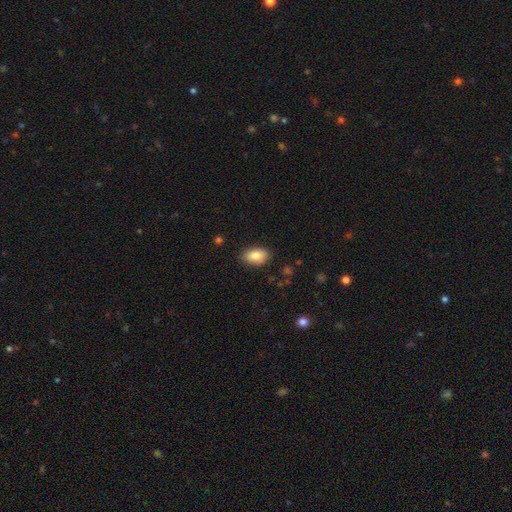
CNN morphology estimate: Q: Smooth or featured?
A: smooth (85%); runner-up: featured or disk (7%)
Q: How rounded?
A: in between (91%); runner-up: round (7%)
Q: Merging?
A: none (85%); runner-up: minor disturbance (11%)